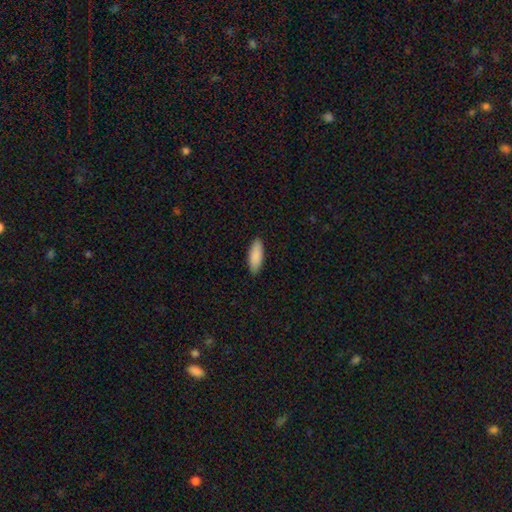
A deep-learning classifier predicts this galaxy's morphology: A smooth galaxy with no disk features (90%) that is in between round and cigar-shaped (68%).

Vote fractions:
- Smooth or featured? smooth: 90% / star or artifact: 5% / featured or disk: 5%
- How rounded? in between: 68% / cigar-shaped: 30% / round: 2%
- Merging? none: 88% / minor disturbance: 9% / major disturbance: 2% / merger: 1%